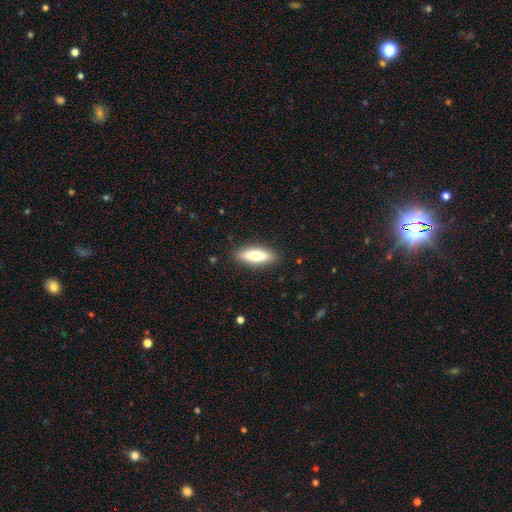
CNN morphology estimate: This is likely a smooth galaxy (70%). How rounded: possibly in between (56%). Merging: clearly none (87%).